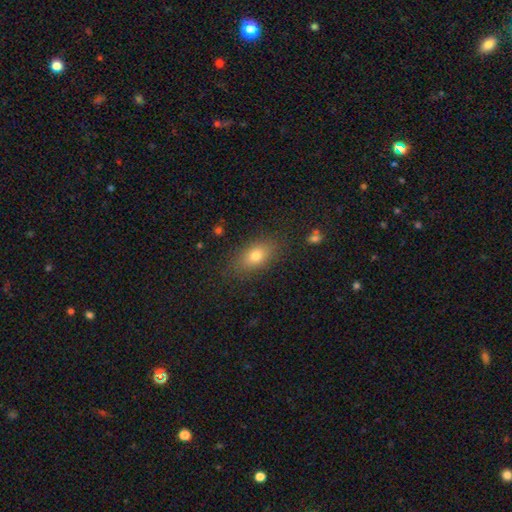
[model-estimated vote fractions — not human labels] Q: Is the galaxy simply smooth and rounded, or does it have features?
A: smooth — 76%.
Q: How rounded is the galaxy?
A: in between — 83%.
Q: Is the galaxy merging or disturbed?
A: none — 83%.